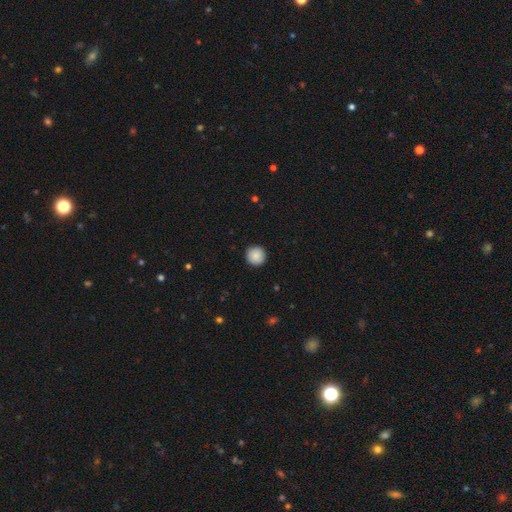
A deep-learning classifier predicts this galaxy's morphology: A smooth galaxy with no disk features (89%) that is round (95%). Merging: none (92%).